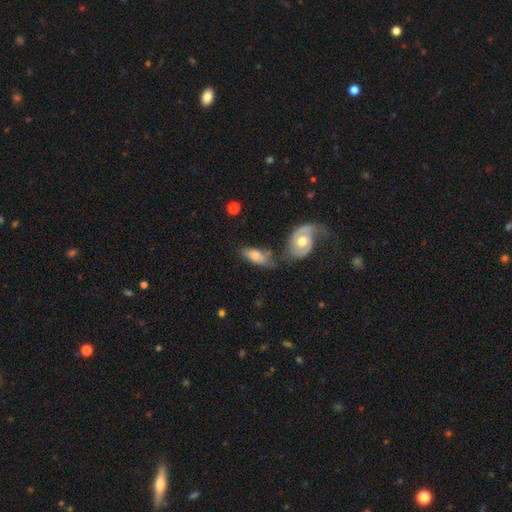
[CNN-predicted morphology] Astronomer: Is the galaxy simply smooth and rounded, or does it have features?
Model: smooth — 63%.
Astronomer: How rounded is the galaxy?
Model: in between — 86%.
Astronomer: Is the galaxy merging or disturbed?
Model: none — 39% (runner-up: merger, 27%).